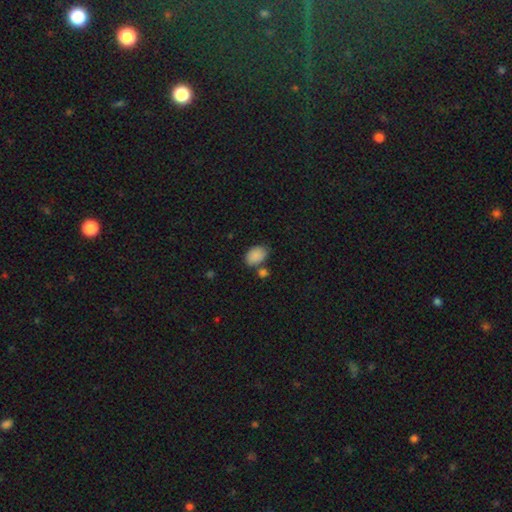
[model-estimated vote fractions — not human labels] smooth-or-featured: smooth: 88% | star or artifact: 8% | featured or disk: 5%
  how-rounded: in between: 87% | round: 12% | cigar-shaped: 1%
  merging: none: 64% | minor disturbance: 16% | merger: 15% | major disturbance: 4%